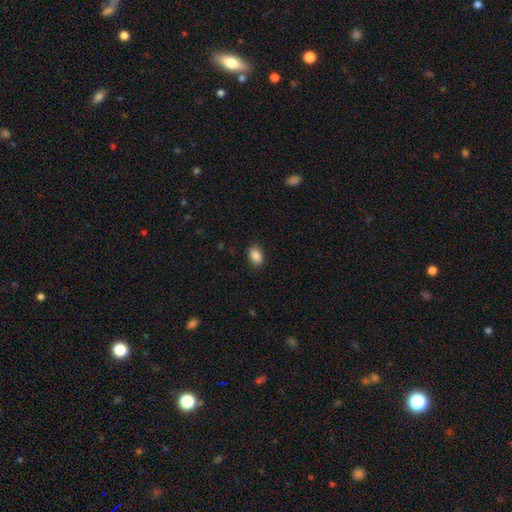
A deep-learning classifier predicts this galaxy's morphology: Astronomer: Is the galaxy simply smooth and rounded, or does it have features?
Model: smooth — 89%.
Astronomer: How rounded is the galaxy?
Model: in between — 87%.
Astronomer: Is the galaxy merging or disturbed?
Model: none — 87%.